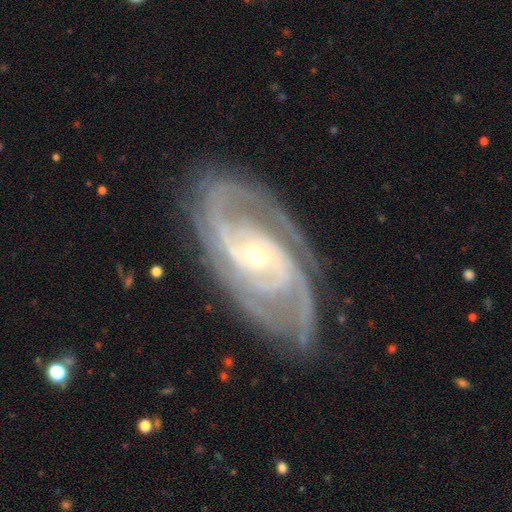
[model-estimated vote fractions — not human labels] The model was most divided on "spiral winding": tight: 57%, medium: 37%, loose: 6%. Remaining: spiral arms — yes (98%); edge-on disk — no (95%); smooth or featured — featured or disk (91%); merging — none (77%); bulge size — small (69%); bar — no (53%); spiral arm count — 2 (45%).